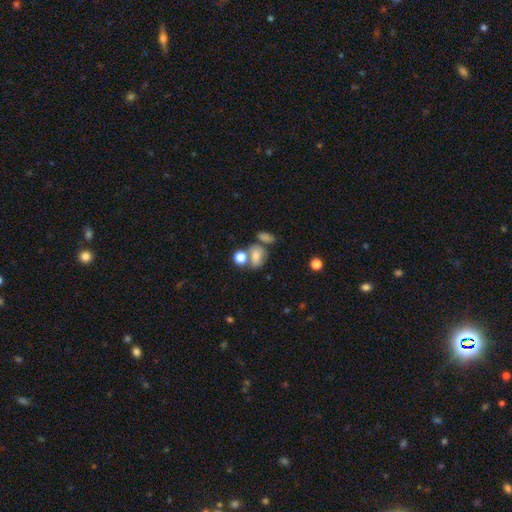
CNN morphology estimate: Smooth or featured: smooth — 69% (featured or disk — 18%)
How rounded: in between — 59% (round — 39%)
Merging: none — 40% (merger — 36%)